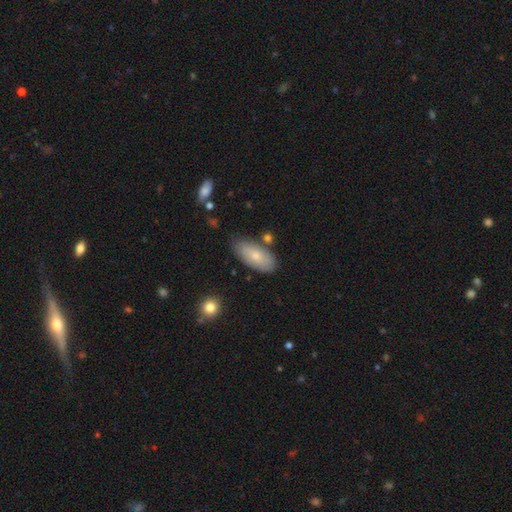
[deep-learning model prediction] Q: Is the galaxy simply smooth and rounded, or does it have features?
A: smooth — 74%.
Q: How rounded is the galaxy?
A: in between — 89%.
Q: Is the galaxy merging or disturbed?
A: none — 76%.